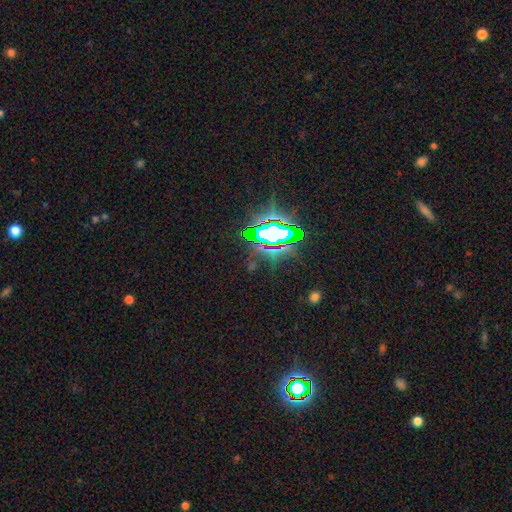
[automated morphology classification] smooth-or-featured: star or artifact: 81% | smooth: 10% | featured or disk: 8%